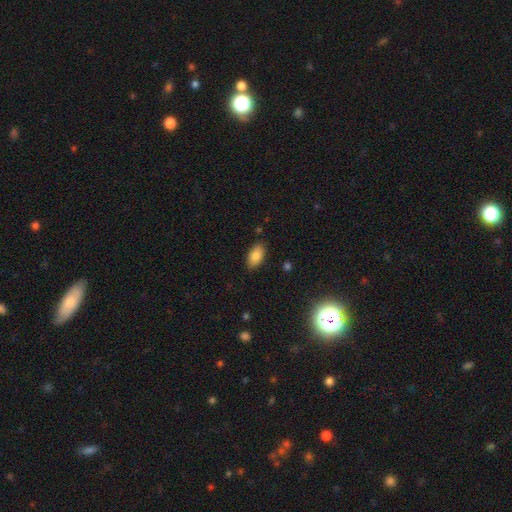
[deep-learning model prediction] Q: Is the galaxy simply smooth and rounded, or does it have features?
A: smooth — 83%.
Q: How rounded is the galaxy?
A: in between — 92%.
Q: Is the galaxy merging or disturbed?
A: none — 86%.